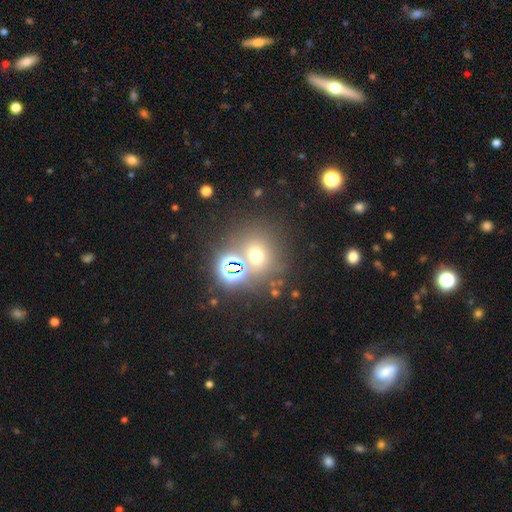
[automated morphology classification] Smooth or featured: smooth — 57% (star or artifact — 32%)
How rounded: round — 82% (in between — 17%)
Merging: none — 67% (merger — 18%)